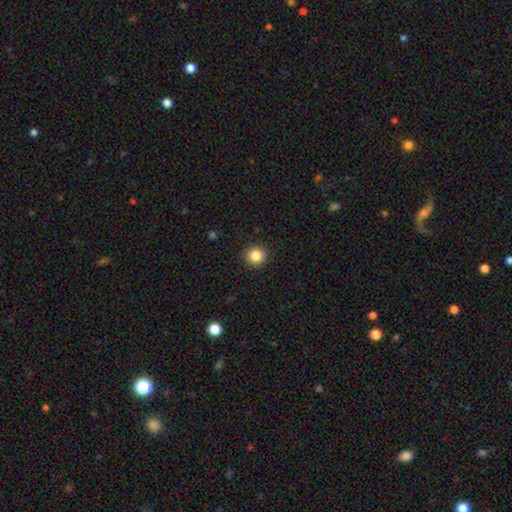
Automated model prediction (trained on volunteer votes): A smooth galaxy with no disk features (85%) that is round (91%).

Vote fractions:
- Smooth or featured? smooth: 85% / star or artifact: 10% / featured or disk: 5%
- How rounded? round: 91% / in between: 8% / cigar-shaped: 1%
- Merging? none: 92% / minor disturbance: 6% / major disturbance: 2% / merger: 1%